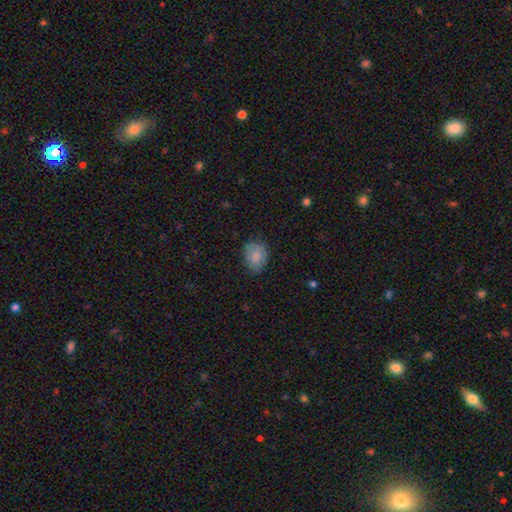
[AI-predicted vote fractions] Q: Smooth or featured?
A: smooth (83%); runner-up: featured or disk (9%)
Q: How rounded?
A: in between (60%); runner-up: round (39%)
Q: Merging?
A: none (75%); runner-up: minor disturbance (20%)